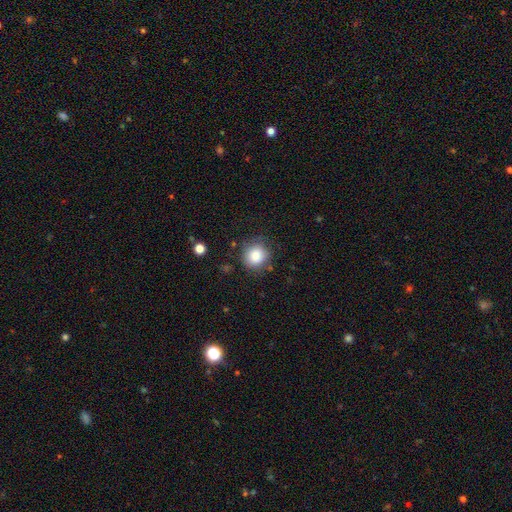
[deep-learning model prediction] Q: Smooth or featured?
A: smooth (84%); runner-up: star or artifact (9%)
Q: How rounded?
A: round (87%); runner-up: in between (13%)
Q: Merging?
A: none (78%); runner-up: minor disturbance (15%)